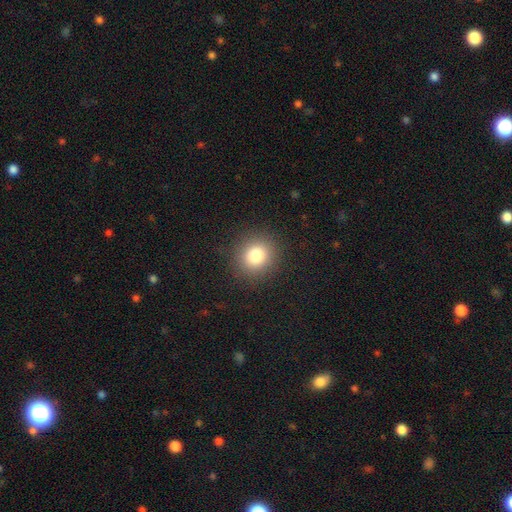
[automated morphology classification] smooth 80%, star or artifact 12%, featured or disk 8%. Down the decision tree: how rounded — round (87%); merging — none (89%).